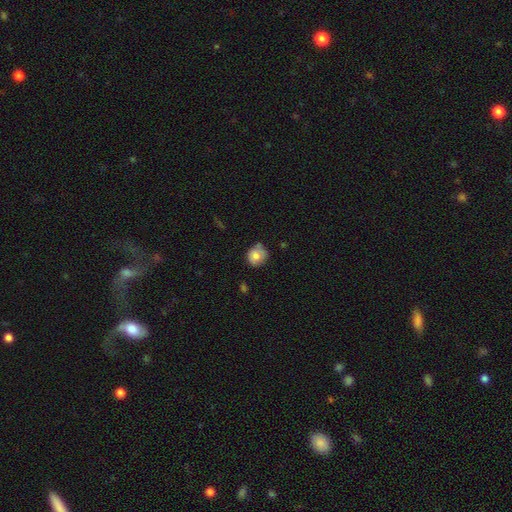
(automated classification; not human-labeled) The model was most divided on "merging": none: 62%, minor disturbance: 27%, merger: 6%, major disturbance: 5%. More confident: how rounded — round (80%); smooth or featured — smooth (73%).